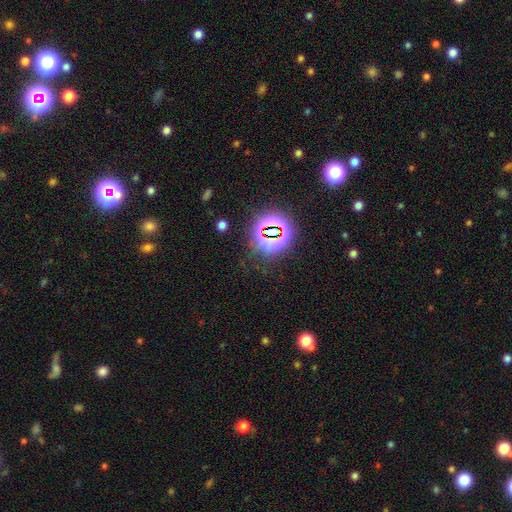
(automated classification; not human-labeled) smooth_or_featured: star or artifact (p=0.79) [alt: smooth p=0.13]